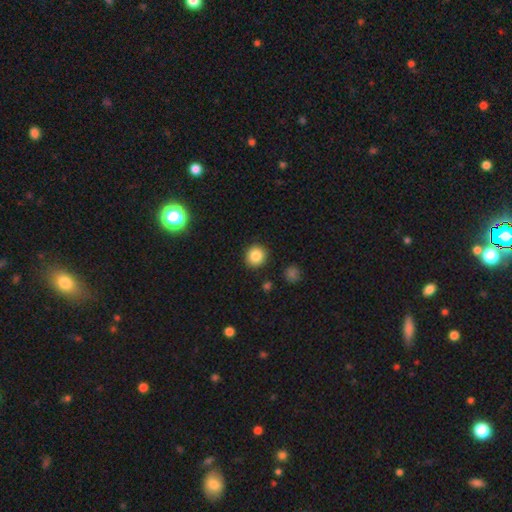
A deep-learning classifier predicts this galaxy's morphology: The model was most divided on "smooth or featured": smooth: 84%, star or artifact: 10%, featured or disk: 6%. More confident: merging — none (90%); how rounded — round (90%).